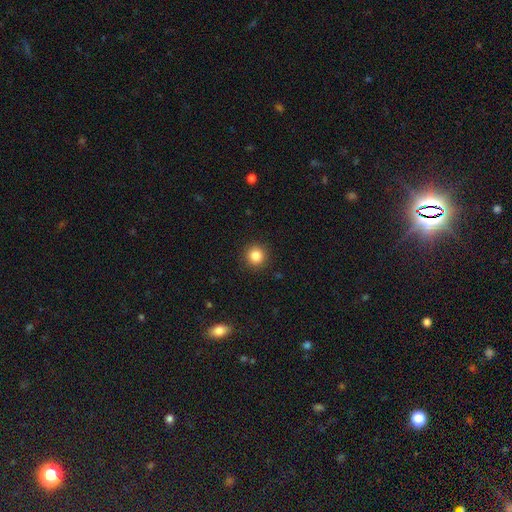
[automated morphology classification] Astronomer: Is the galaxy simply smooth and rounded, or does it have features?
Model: smooth — 85%.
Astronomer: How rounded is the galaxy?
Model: round — 94%.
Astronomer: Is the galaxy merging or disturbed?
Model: none — 92%.